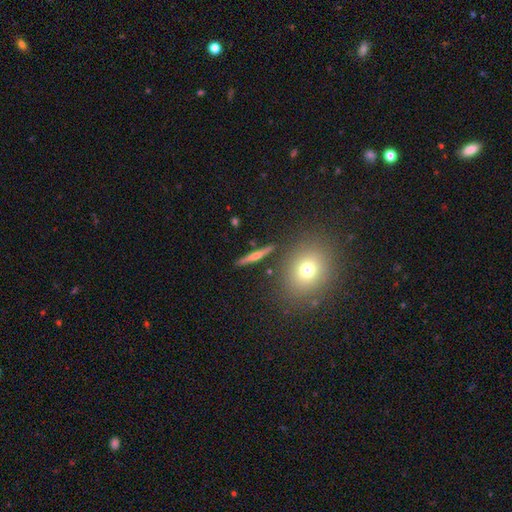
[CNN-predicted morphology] Smooth or featured?
  - featured or disk: 56% *
  - smooth: 33%
  - star or artifact: 11%
Edge-on disk?
  - yes: 92% *
  - no: 8%
Edge-on bulge?
  - rounded: 72% *
  - none: 21%
  - boxy: 7%
Merging?
  - none: 87% *
  - minor disturbance: 7%
  - merger: 3%
  - major disturbance: 2%